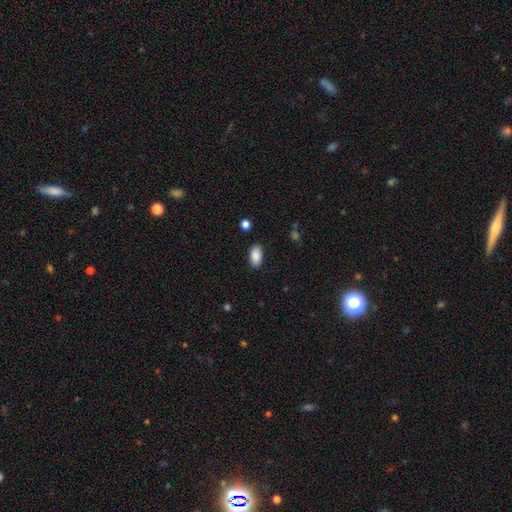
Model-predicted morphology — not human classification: smooth-or-featured: smooth: 89% | star or artifact: 7% | featured or disk: 4%
  how-rounded: in between: 93% | round: 4% | cigar-shaped: 3%
  merging: none: 86% | minor disturbance: 10% | major disturbance: 3% | merger: 1%